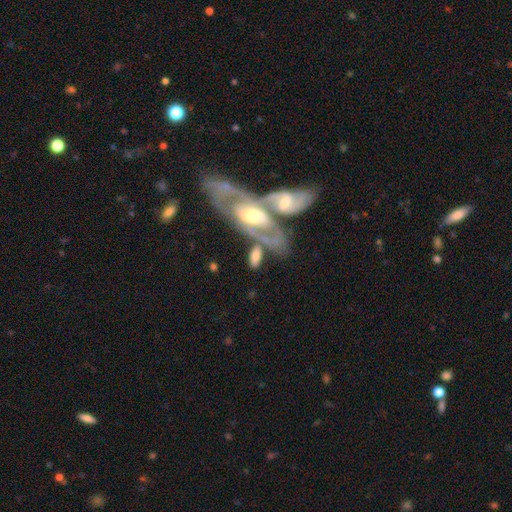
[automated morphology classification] Smooth or featured: smooth — 53% (featured or disk — 41%)
How rounded: in between — 88% (cigar-shaped — 7%)
Merging: merger — 39% (none — 35%)